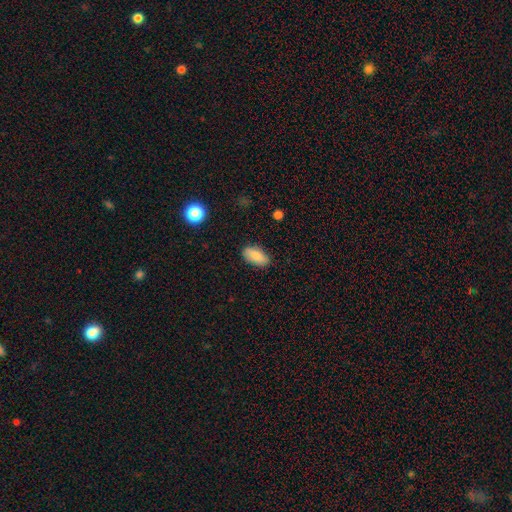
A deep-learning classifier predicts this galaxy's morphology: smooth-or-featured: smooth: 86% | featured or disk: 7% | star or artifact: 7%
  how-rounded: in between: 91% | cigar-shaped: 6% | round: 3%
  merging: none: 85% | minor disturbance: 12% | major disturbance: 3% | merger: 1%